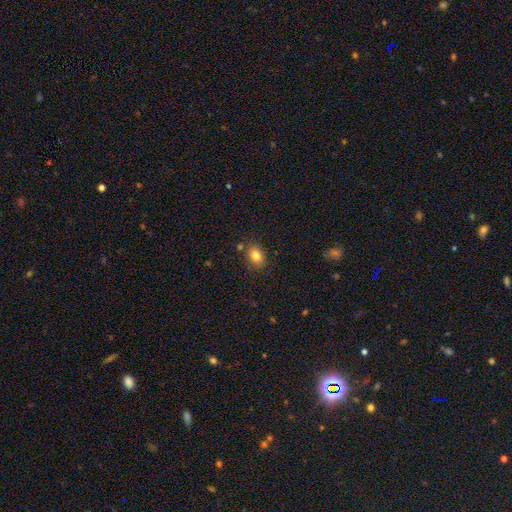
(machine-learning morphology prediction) Q: Smooth or featured?
A: smooth (82%); runner-up: star or artifact (10%)
Q: How rounded?
A: in between (67%); runner-up: round (32%)
Q: Merging?
A: none (80%); runner-up: minor disturbance (11%)